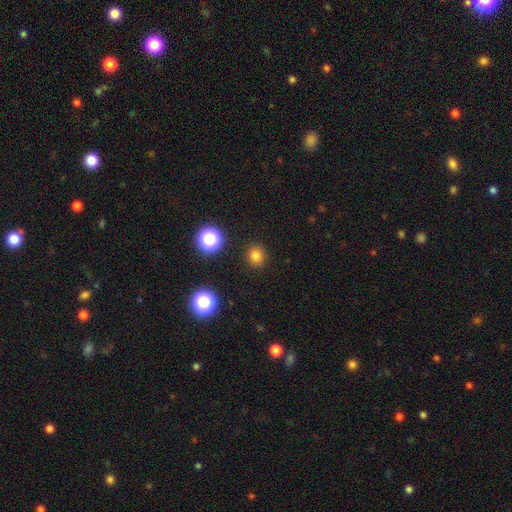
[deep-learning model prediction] This is likely a smooth galaxy (78%). How rounded: clearly round (83%). Merging: clearly none (90%).